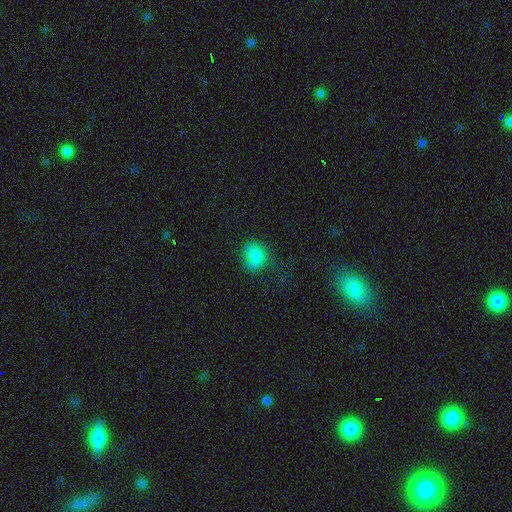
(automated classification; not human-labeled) Smooth or featured? Predicted: smooth (p=0.82). How rounded? Predicted: round (p=0.67). Merging? Predicted: none (p=0.60).